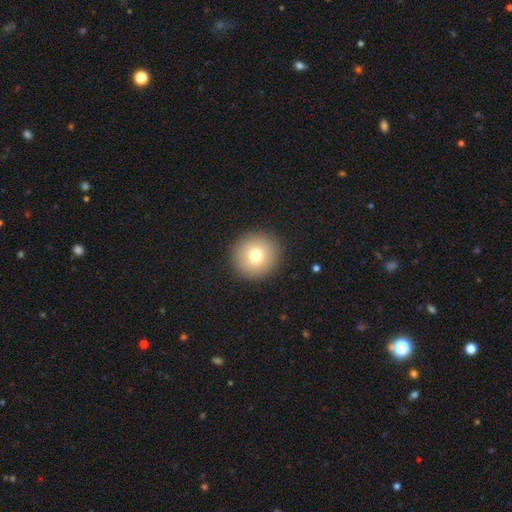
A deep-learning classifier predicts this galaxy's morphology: smooth_or_featured: smooth (p=0.75) [alt: featured or disk p=0.13]
how_rounded: round (p=0.95) [alt: in between p=0.04]
merging: none (p=0.93) [alt: minor disturbance p=0.04]